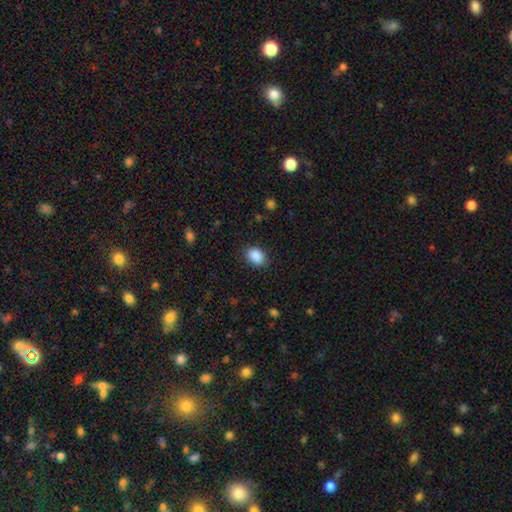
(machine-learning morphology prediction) smooth-or-featured: smooth: 89% | star or artifact: 8% | featured or disk: 3%
  how-rounded: in between: 70% | round: 29% | cigar-shaped: 1%
  merging: none: 87% | minor disturbance: 10% | major disturbance: 3% | merger: 1%